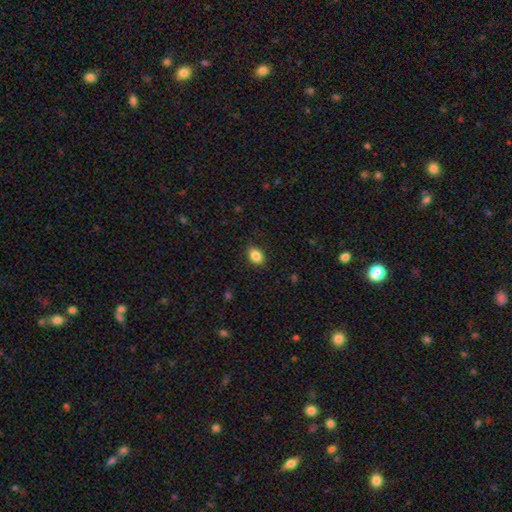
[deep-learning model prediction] smooth-or-featured: smooth: 86% | star or artifact: 9% | featured or disk: 5%
  how-rounded: in between: 78% | round: 21% | cigar-shaped: 1%
  merging: none: 88% | minor disturbance: 9% | major disturbance: 2% | merger: 1%